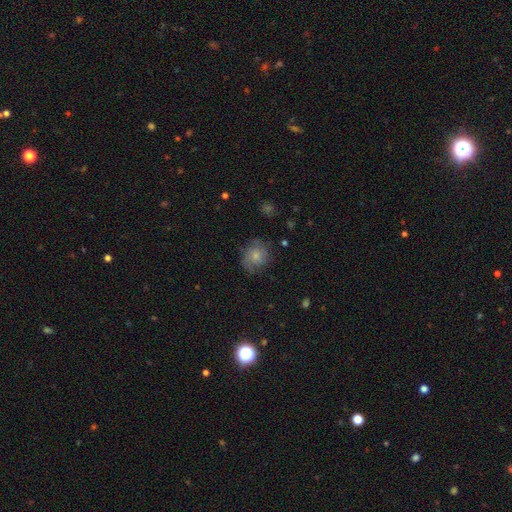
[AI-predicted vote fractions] Q: Smooth or featured?
A: smooth (60%); runner-up: featured or disk (31%)
Q: How rounded?
A: round (74%); runner-up: in between (25%)
Q: Merging?
A: none (66%); runner-up: minor disturbance (23%)